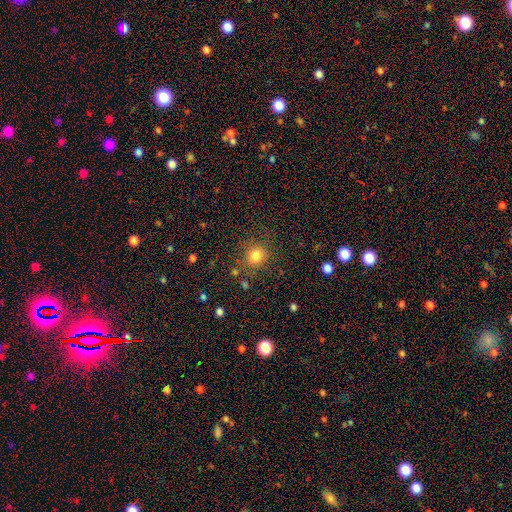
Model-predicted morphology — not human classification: Smooth or featured? Predicted: smooth (p=0.80). How rounded? Predicted: round (p=0.80). Merging? Predicted: none (p=0.80).